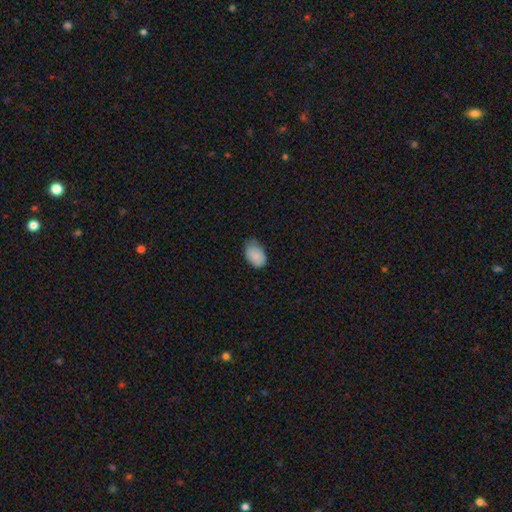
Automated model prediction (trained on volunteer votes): Q: Smooth or featured?
A: smooth (87%); runner-up: star or artifact (7%)
Q: How rounded?
A: in between (86%); runner-up: round (13%)
Q: Merging?
A: none (56%); runner-up: minor disturbance (37%)